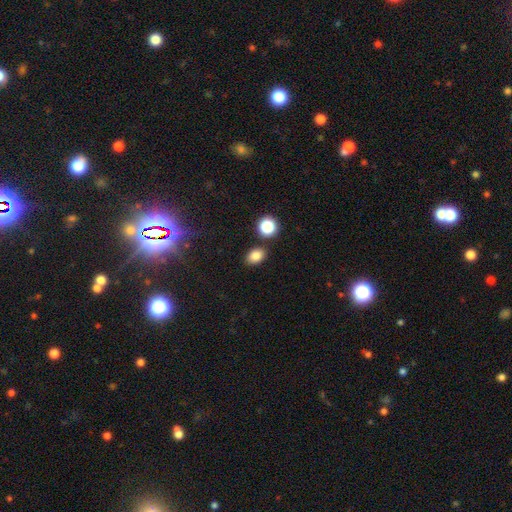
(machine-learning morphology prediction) Smooth or featured: smooth — 82% (star or artifact — 12%)
How rounded: in between — 70% (round — 29%)
Merging: none — 81% (minor disturbance — 9%)